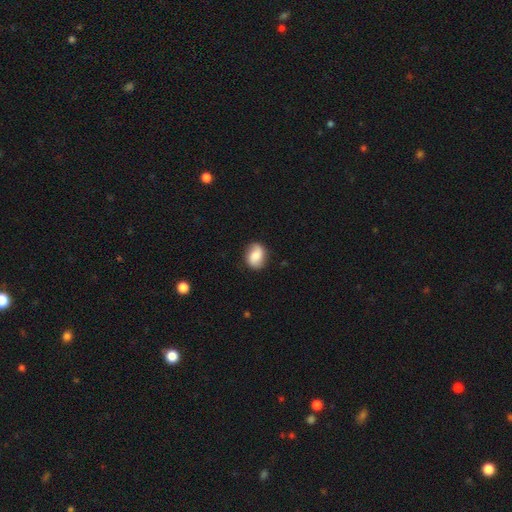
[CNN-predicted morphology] A smooth galaxy with no disk features (60%) that is in between round and cigar-shaped (59%). Merging: none (82%).